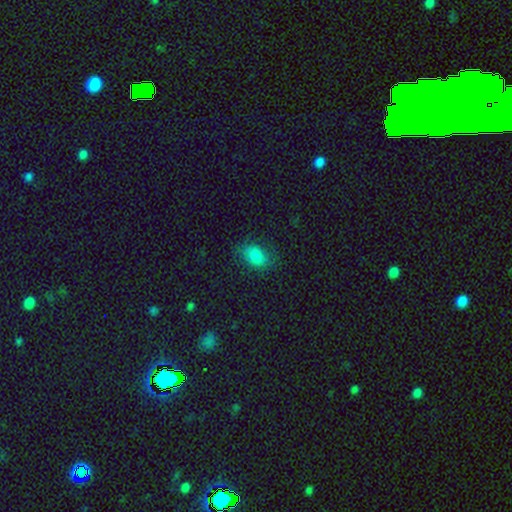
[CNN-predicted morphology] smooth_or_featured: smooth (p=0.75) [alt: star or artifact p=0.15]
how_rounded: in between (p=0.81) [alt: round p=0.18]
merging: none (p=0.70) [alt: minor disturbance p=0.19]